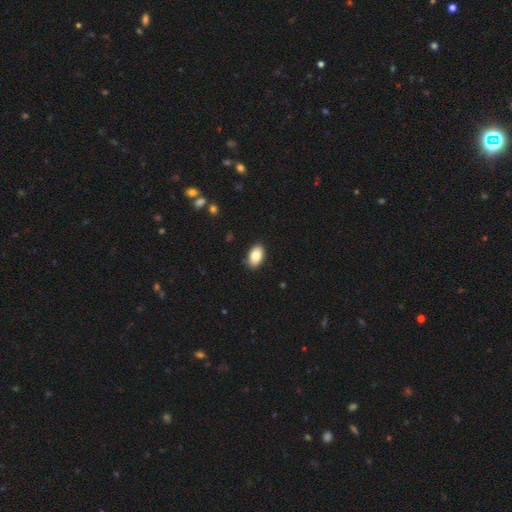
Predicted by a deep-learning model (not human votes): A smooth galaxy with no disk features (83%) that is in between round and cigar-shaped (92%).

Vote fractions:
- Smooth or featured? smooth: 83% / featured or disk: 10% / star or artifact: 7%
- How rounded? in between: 92% / round: 7% / cigar-shaped: 1%
- Merging? none: 87% / minor disturbance: 9% / major disturbance: 2% / merger: 1%